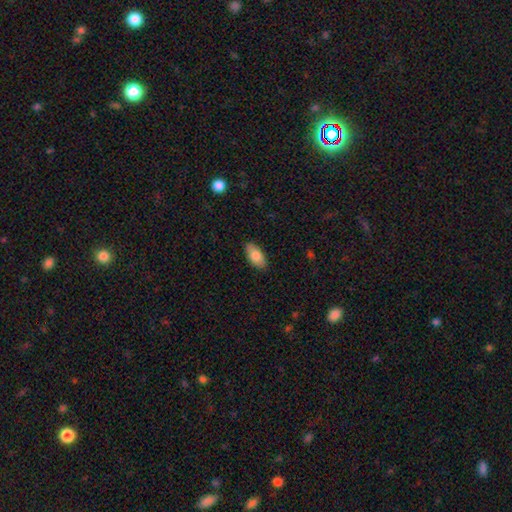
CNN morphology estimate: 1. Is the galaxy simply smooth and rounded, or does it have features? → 83% smooth, 11% featured or disk, 6% star or artifact.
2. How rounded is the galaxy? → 93% in between, 5% cigar-shaped, 3% round.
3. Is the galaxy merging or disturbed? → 86% none, 11% minor disturbance, 2% major disturbance, 1% merger.